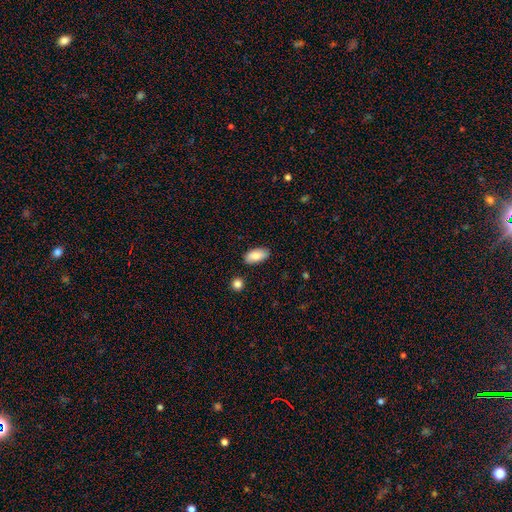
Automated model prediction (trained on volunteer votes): smooth-or-featured: smooth: 84% | featured or disk: 9% | star or artifact: 6%
  how-rounded: in between: 93% | cigar-shaped: 4% | round: 3%
  merging: none: 85% | minor disturbance: 11% | merger: 2% | major disturbance: 2%